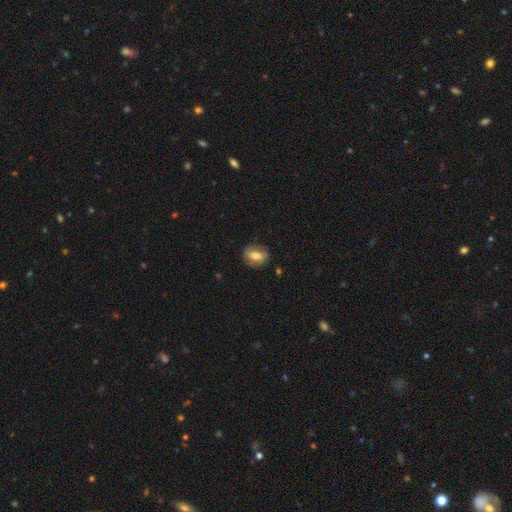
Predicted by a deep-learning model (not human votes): Overall: smooth (61%; featured or disk 31%). How rounded: in between (65%; round 30%). Merging: none (79%).